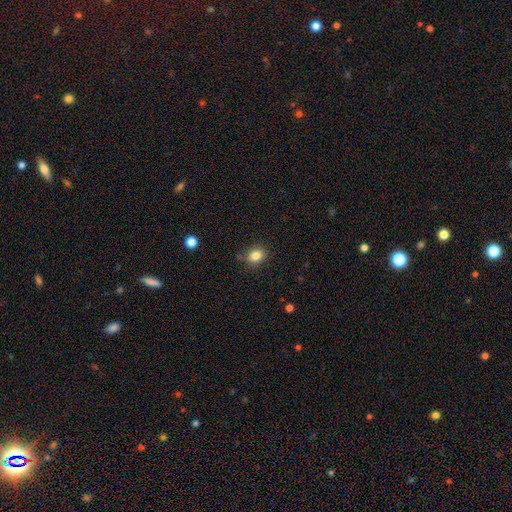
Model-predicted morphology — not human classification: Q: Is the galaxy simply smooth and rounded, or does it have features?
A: smooth — 84%.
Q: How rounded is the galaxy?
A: in between — 50%.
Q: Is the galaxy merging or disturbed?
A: none — 82%.